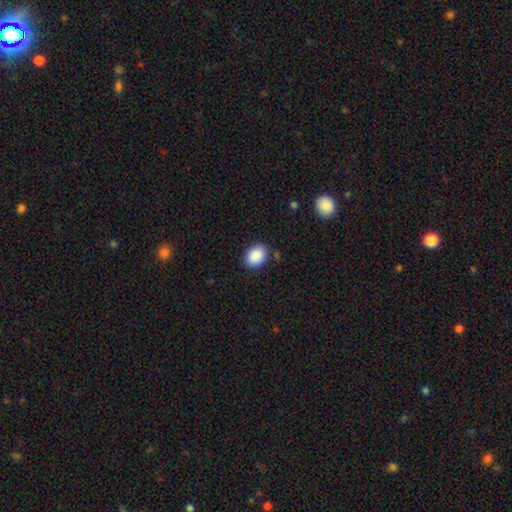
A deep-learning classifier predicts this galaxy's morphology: smooth_or_featured: smooth (p=0.89) [alt: star or artifact p=0.08]
how_rounded: in between (p=0.66) [alt: round p=0.33]
merging: none (p=0.85) [alt: minor disturbance p=0.11]